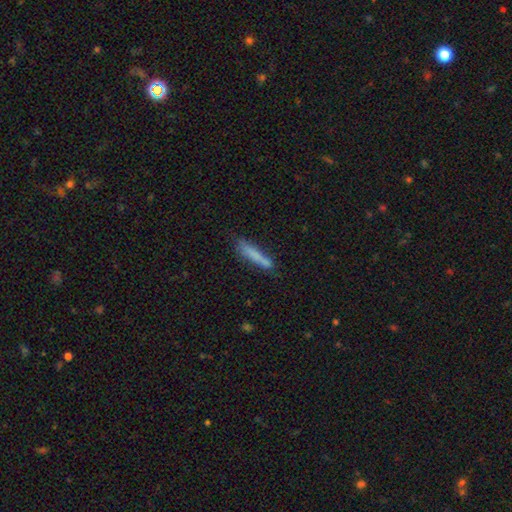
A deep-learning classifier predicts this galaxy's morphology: Smooth or featured: smooth — 76% (featured or disk — 16%)
How rounded: cigar-shaped — 92% (in between — 7%)
Merging: none — 70% (minor disturbance — 19%)